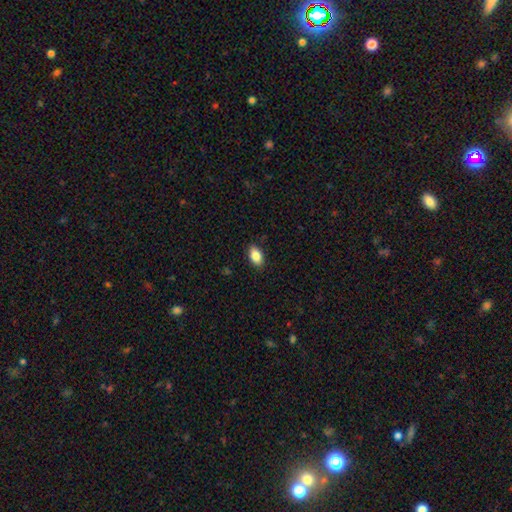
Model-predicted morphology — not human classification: This is clearly a smooth galaxy (87%). How rounded: clearly in between (92%). Merging: clearly none (89%).